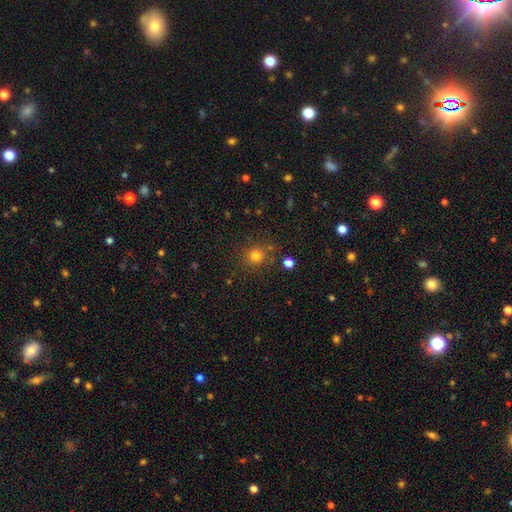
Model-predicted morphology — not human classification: Smooth or featured: smooth — 78% (star or artifact — 16%)
How rounded: round — 91% (in between — 8%)
Merging: none — 82% (minor disturbance — 9%)